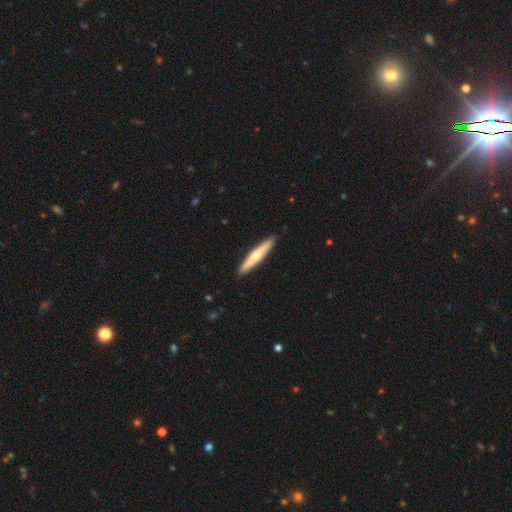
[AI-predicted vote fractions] Smooth or featured: featured or disk — 51% (smooth — 43%)
Edge-on disk: yes — 94% (no — 6%)
Merging: none — 92% (minor disturbance — 6%)